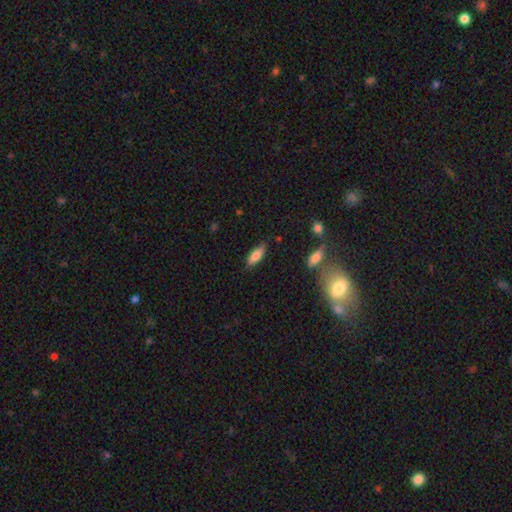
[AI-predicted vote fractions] This is likely a smooth galaxy (78%). How rounded: likely in between (71%). Merging: clearly none (80%).